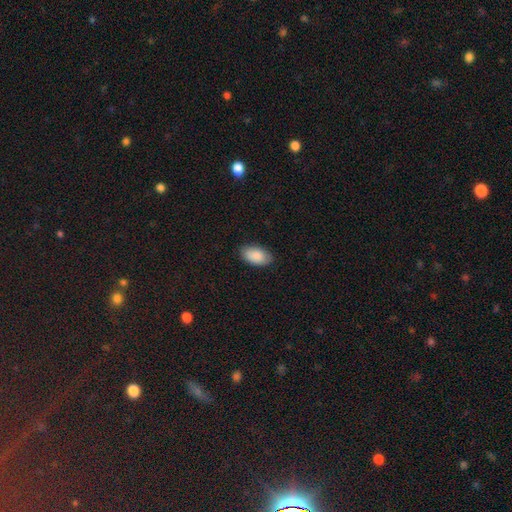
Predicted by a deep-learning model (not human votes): smooth 89%, star or artifact 6%, featured or disk 5%. Down the decision tree: how rounded — in between (95%); merging — none (85%).